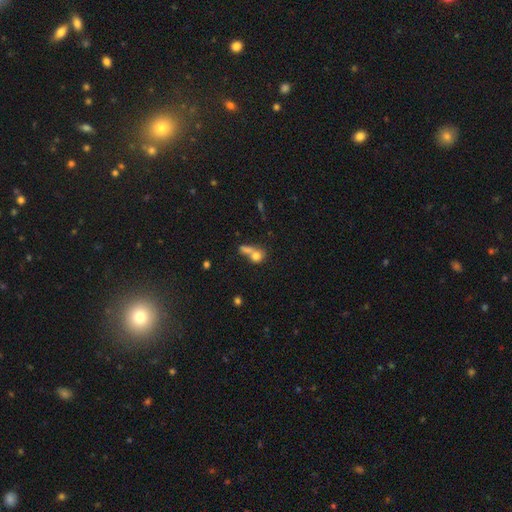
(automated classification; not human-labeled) Smooth or featured? Predicted: smooth (p=0.75). How rounded? Predicted: round (p=0.65). Merging? Predicted: merger (p=0.53).